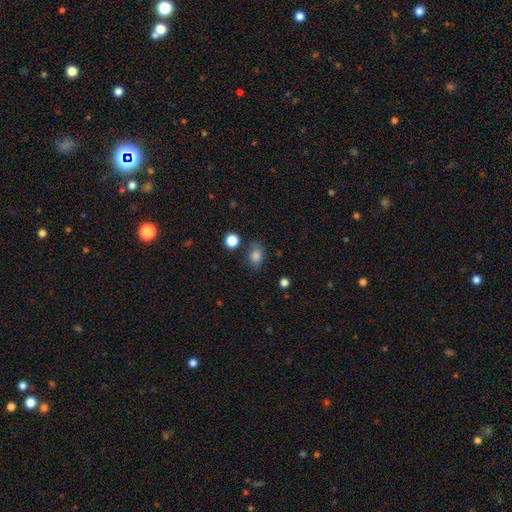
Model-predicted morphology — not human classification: Smooth or featured?
  - smooth: 83% *
  - star or artifact: 11%
  - featured or disk: 5%
How rounded?
  - in between: 62% *
  - round: 37%
  - cigar-shaped: 1%
Merging?
  - none: 71% *
  - minor disturbance: 18%
  - major disturbance: 6%
  - merger: 5%